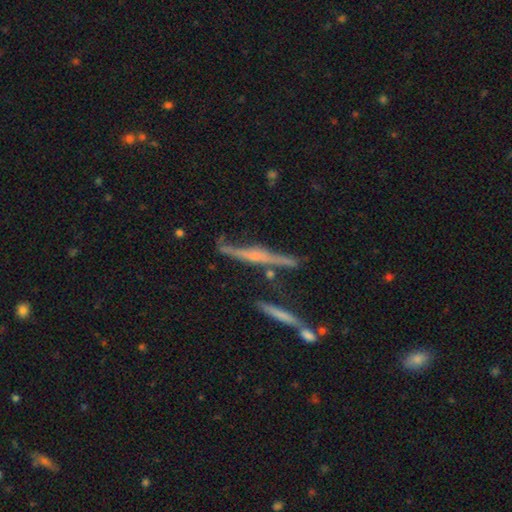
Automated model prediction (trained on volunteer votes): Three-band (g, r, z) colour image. It shows a featured or disk galaxy (76%) viewed edge-on (95%) with a rounded central bulge (72%). Merging: none (70%).